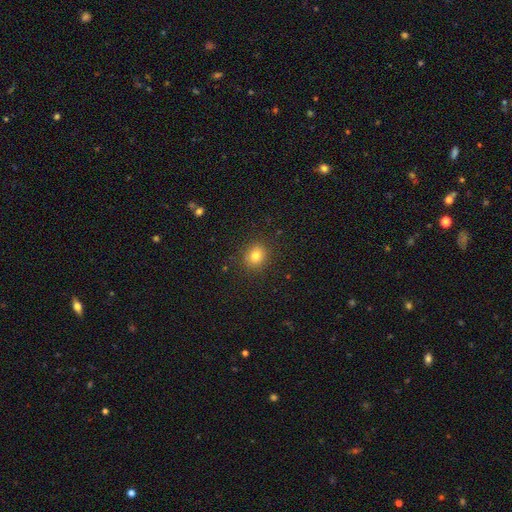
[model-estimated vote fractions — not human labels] smooth 80%, star or artifact 13%, featured or disk 7%. Down the decision tree: how rounded — round (76%); merging — none (88%).